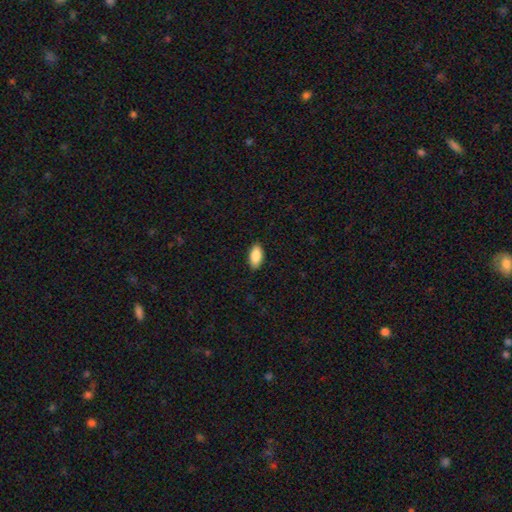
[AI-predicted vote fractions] Smooth or featured? smooth (89%)
How rounded? in between (92%)
Merging? none (90%)